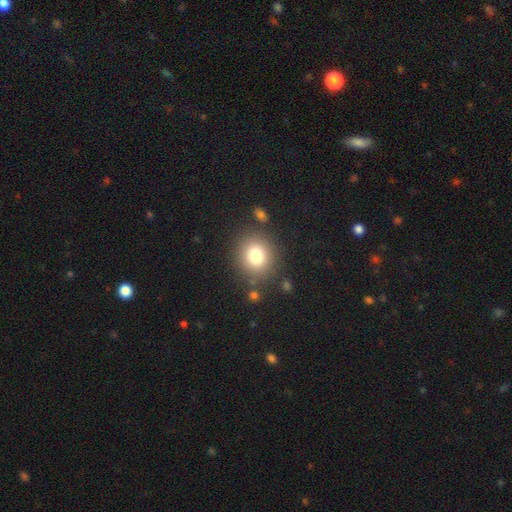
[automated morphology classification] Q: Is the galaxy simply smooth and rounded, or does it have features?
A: smooth — 79%.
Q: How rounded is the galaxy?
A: round — 73%.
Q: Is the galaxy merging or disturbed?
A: none — 82%.